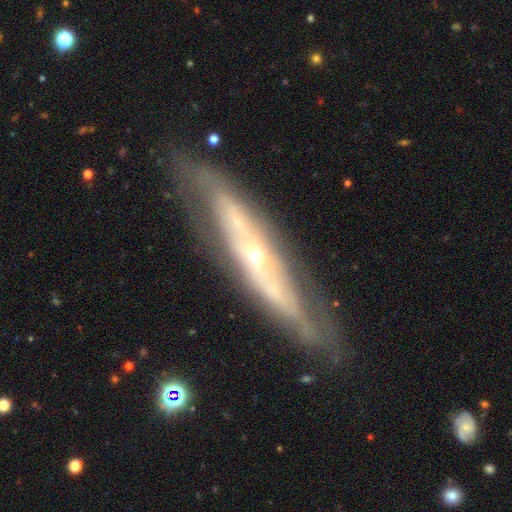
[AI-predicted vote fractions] featured or disk 77%, smooth 16%, star or artifact 7%. Down the decision tree: edge-on disk — no (50%, tied with yes); merging — none (76%).